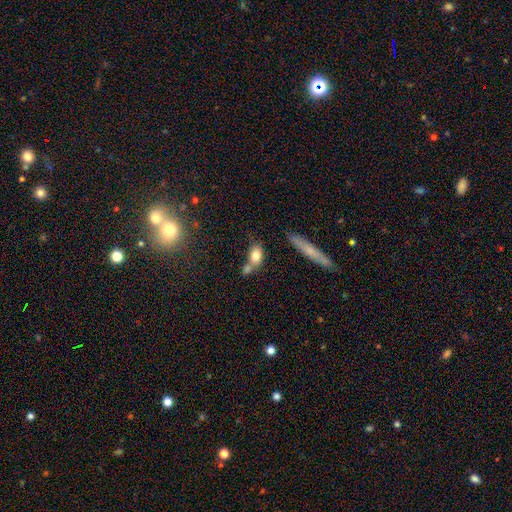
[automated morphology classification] This is likely a smooth galaxy (77%). How rounded: likely in between (71%). Merging: marginally none (43%).